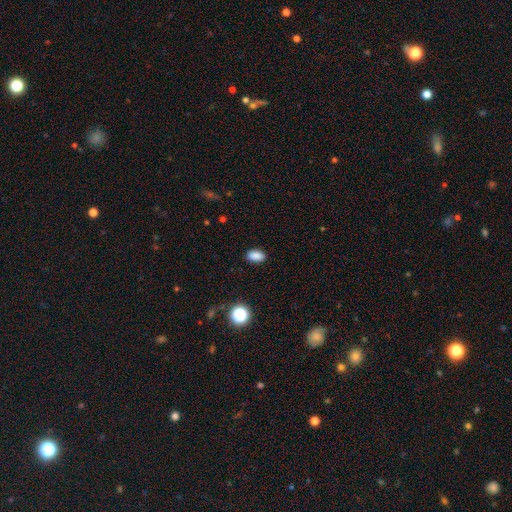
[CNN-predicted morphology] Smooth or featured? Predicted: smooth (p=0.86). How rounded? Predicted: in between (p=0.89). Merging? Predicted: none (p=0.88).